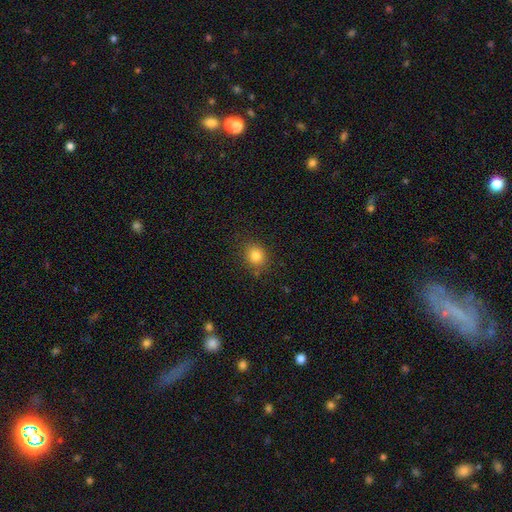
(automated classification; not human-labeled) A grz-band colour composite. It shows a smooth galaxy with no disk features (83%) that is round (74%). Merging: none (84%).